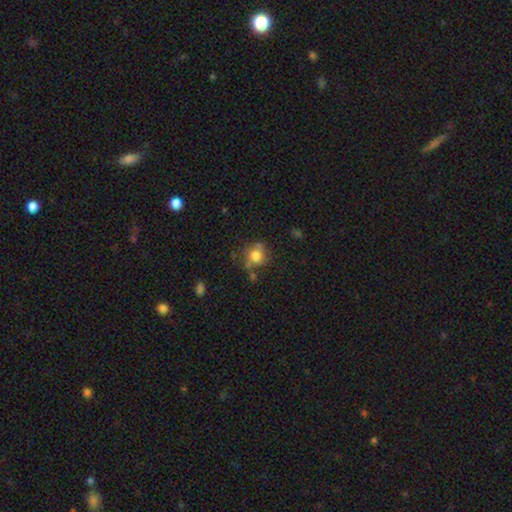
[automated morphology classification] Smooth or featured? Predicted: smooth (p=0.75). How rounded? Predicted: round (p=0.85). Merging? Predicted: none (p=0.60).